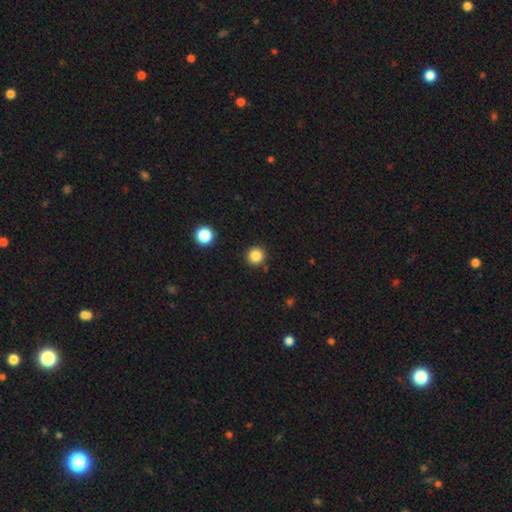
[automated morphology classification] Smooth or featured: smooth — 85% (star or artifact — 11%)
How rounded: round — 95% (in between — 4%)
Merging: none — 91% (minor disturbance — 6%)